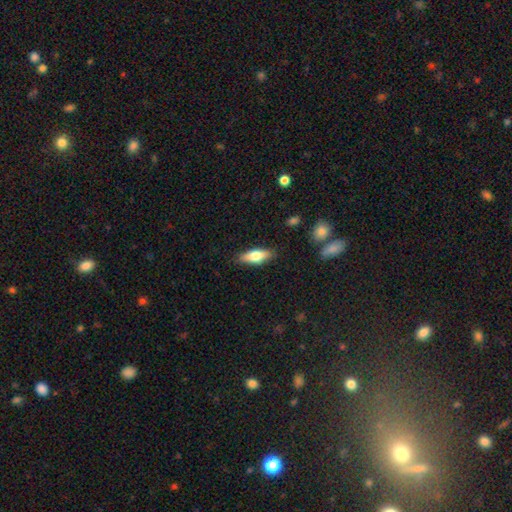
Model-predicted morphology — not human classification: Overall: smooth (63%; featured or disk 31%). How rounded: in between (58%; cigar-shaped 39%). Merging: none (86%).